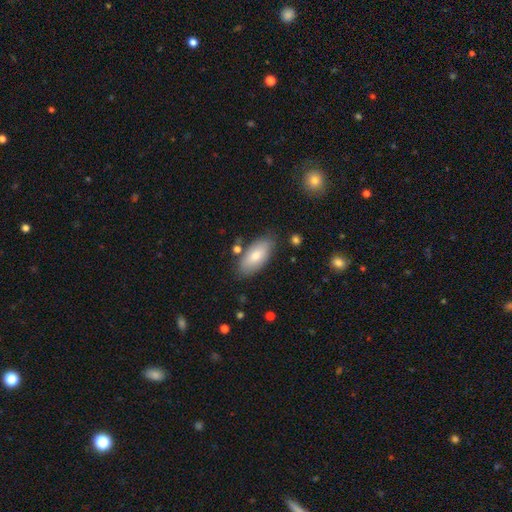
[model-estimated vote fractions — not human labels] Q: Smooth or featured?
A: smooth (76%); runner-up: featured or disk (18%)
Q: How rounded?
A: in between (90%); runner-up: cigar-shaped (8%)
Q: Merging?
A: none (78%); runner-up: minor disturbance (15%)